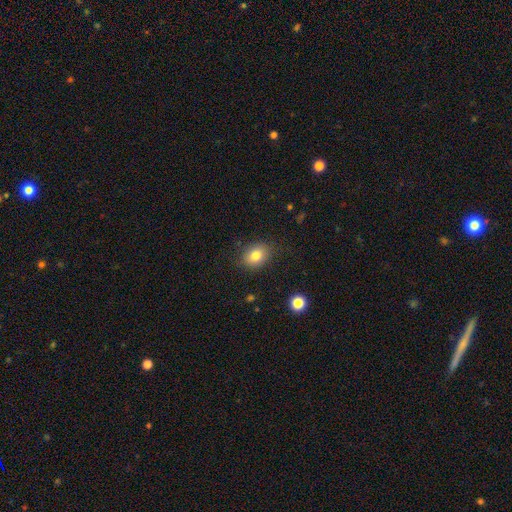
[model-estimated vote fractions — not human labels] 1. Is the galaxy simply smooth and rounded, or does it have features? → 81% smooth, 10% star or artifact, 9% featured or disk.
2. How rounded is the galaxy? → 62% in between, 37% round, 1% cigar-shaped.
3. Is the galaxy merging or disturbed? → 84% none, 12% minor disturbance, 3% major disturbance, 1% merger.